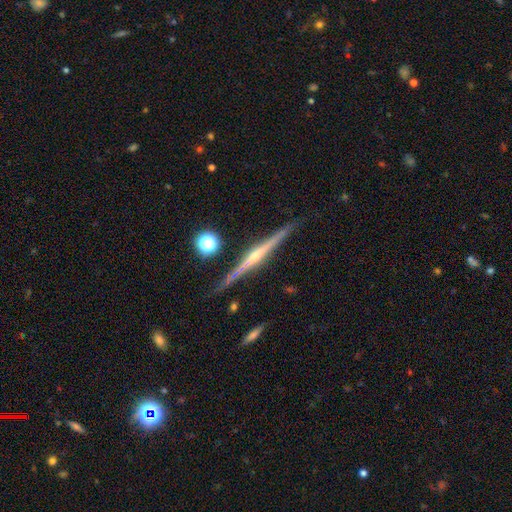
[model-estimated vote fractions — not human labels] The model was most divided on "edge-on bulge": rounded: 78%, none: 15%, boxy: 7%. More confident: edge-on disk — yes (98%); merging — none (88%); smooth or featured — featured or disk (83%).